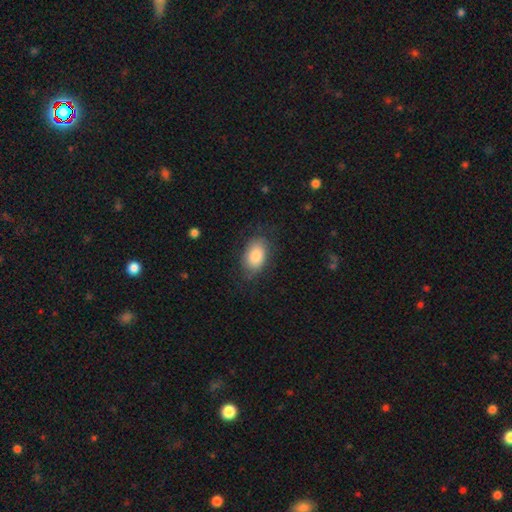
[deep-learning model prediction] Smooth or featured? smooth (83%)
How rounded? in between (87%)
Merging? none (74%)